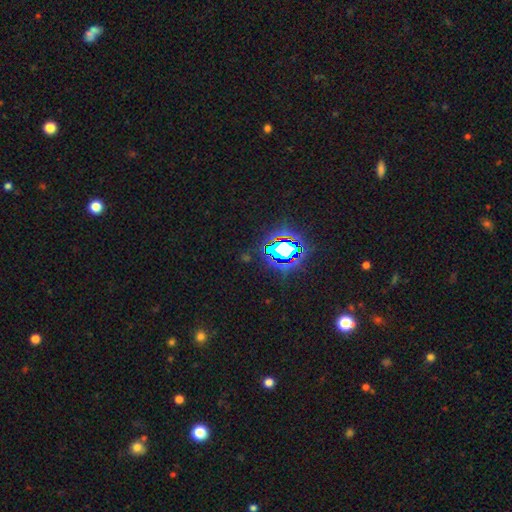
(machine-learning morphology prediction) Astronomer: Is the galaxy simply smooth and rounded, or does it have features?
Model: star or artifact — 81%.